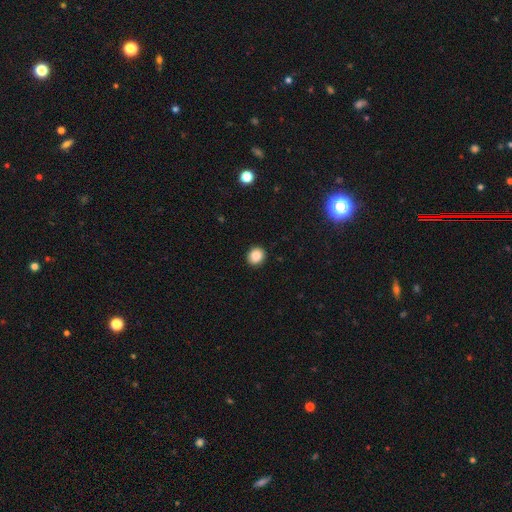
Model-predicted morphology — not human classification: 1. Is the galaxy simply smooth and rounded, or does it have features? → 87% smooth, 9% star or artifact, 4% featured or disk.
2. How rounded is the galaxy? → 76% round, 23% in between, 1% cigar-shaped.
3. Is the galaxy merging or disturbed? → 91% none, 6% minor disturbance, 2% major disturbance, 1% merger.